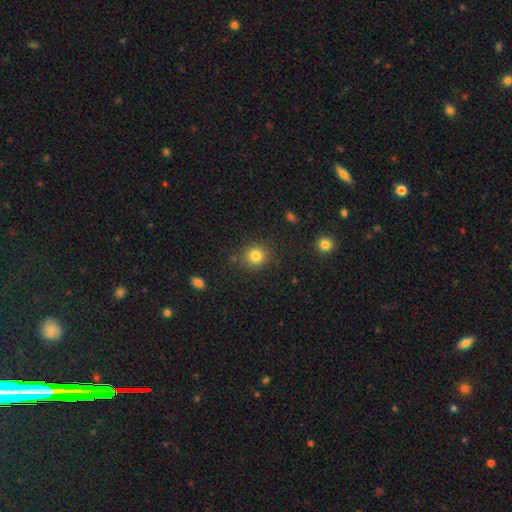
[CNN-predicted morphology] type=smooth (82%); roundness=round (81%); merging=none (84%).